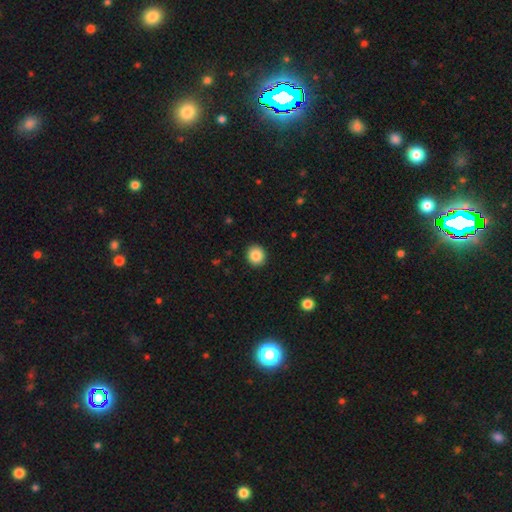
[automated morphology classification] smooth 87%, star or artifact 9%, featured or disk 5%. Down the decision tree: how rounded — round (90%); merging — none (92%).